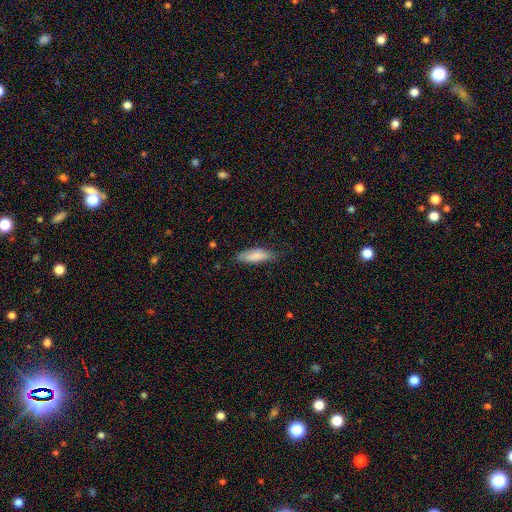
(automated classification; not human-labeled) smooth_or_featured: smooth (p=0.81) [alt: featured or disk p=0.13]
how_rounded: in between (p=0.59) [alt: cigar-shaped p=0.39]
merging: none (p=0.62) [alt: minor disturbance p=0.29]